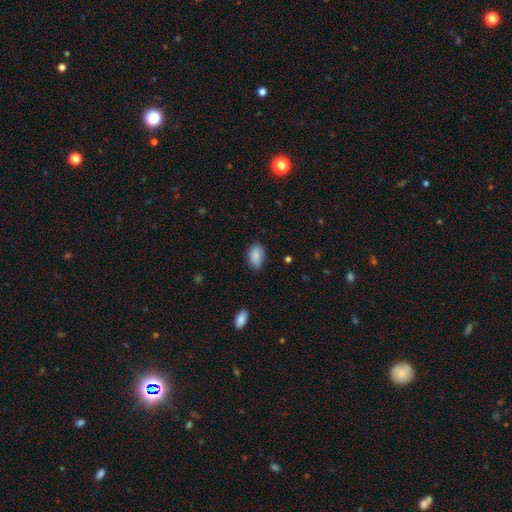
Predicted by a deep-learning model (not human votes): Smooth or featured? smooth (86%)
How rounded? in between (92%)
Merging? none (74%)